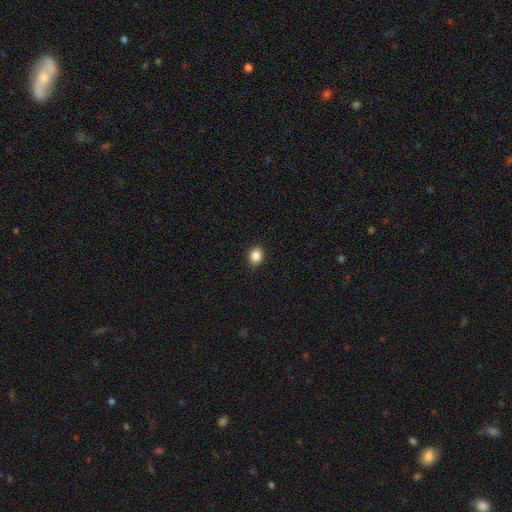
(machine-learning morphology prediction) Smooth or featured: smooth — 87% (star or artifact — 10%)
How rounded: round — 53% (in between — 46%)
Merging: none — 90% (minor disturbance — 7%)